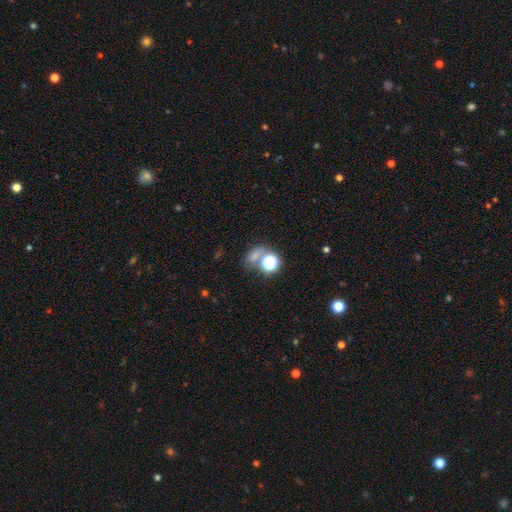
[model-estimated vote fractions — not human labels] A smooth galaxy with no disk features (54%) that is round (59%). Merging: none (53%).